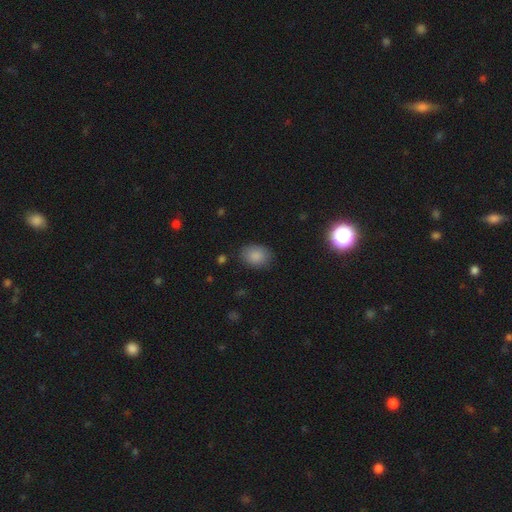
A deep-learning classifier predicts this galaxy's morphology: This appears to be a smooth galaxy with no disk features (86%) that is in between round and cigar-shaped (68%). Merging: none (83%).